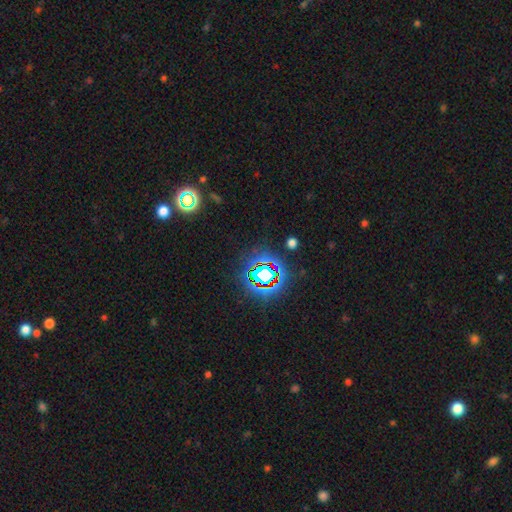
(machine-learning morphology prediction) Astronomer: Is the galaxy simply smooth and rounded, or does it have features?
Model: star or artifact — 78%.